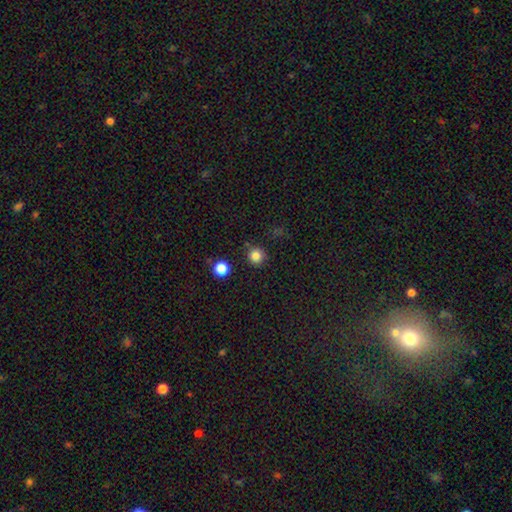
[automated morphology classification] smooth_or_featured: smooth (p=0.84) [alt: star or artifact p=0.13]
how_rounded: round (p=0.94) [alt: in between p=0.05]
merging: none (p=0.85) [alt: minor disturbance p=0.08]